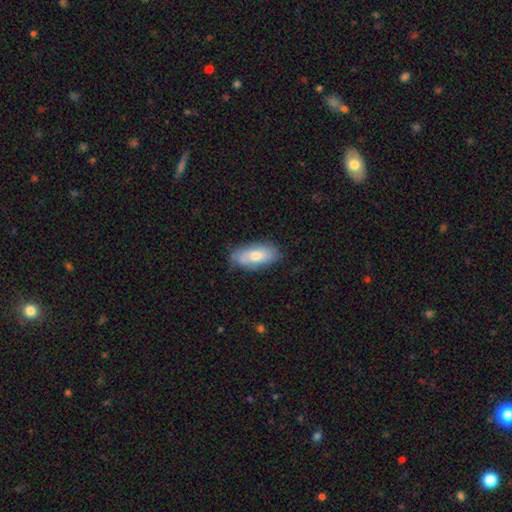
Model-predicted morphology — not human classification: Smooth or featured?
  - smooth: 68% *
  - featured or disk: 26%
  - star or artifact: 6%
How rounded?
  - in between: 90% *
  - cigar-shaped: 7%
  - round: 3%
Merging?
  - none: 70% *
  - minor disturbance: 23%
  - major disturbance: 4%
  - merger: 3%